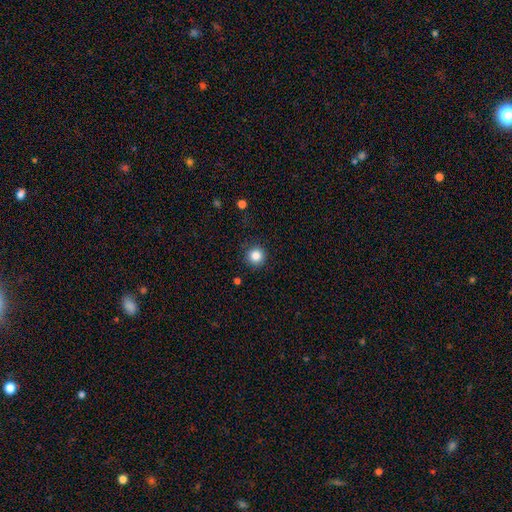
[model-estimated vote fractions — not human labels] Morphology: type=smooth (85%); roundness=round (95%); merging=none (90%).